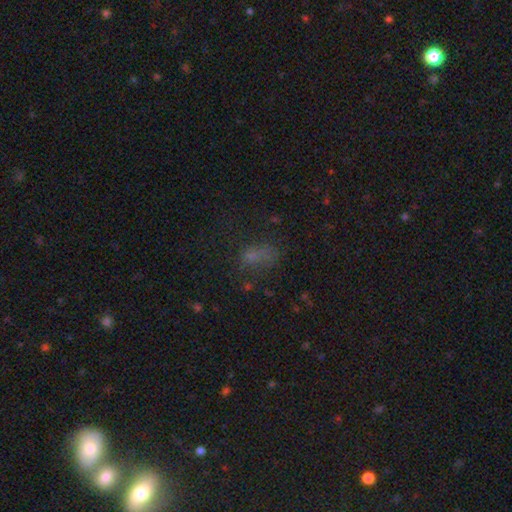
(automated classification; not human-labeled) Morphology: type=smooth (57%); roundness=in between (78%); merging=none (45%).